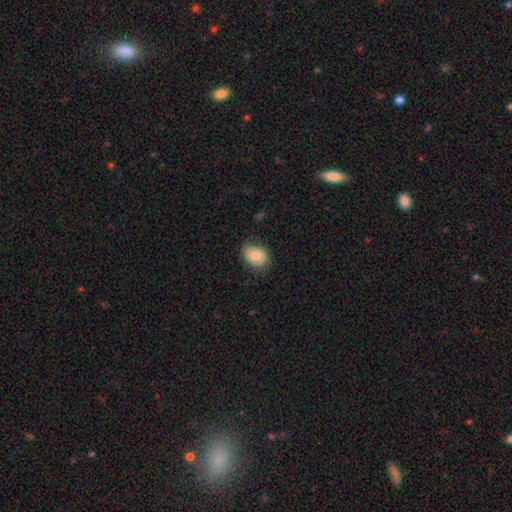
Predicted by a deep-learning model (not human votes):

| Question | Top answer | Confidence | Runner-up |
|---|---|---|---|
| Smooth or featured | smooth | 77% | featured or disk (16%) |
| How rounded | in between | 67% | round (32%) |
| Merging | none | 71% | minor disturbance (23%) |